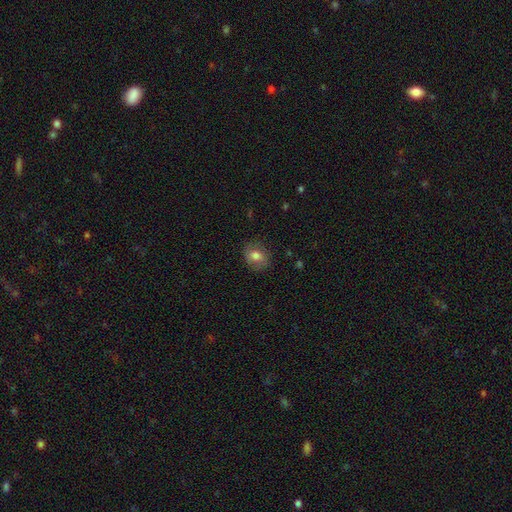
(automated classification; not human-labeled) This appears to be a smooth galaxy with no disk features (75%) that is in between round and cigar-shaped (53%). Merging: none (81%).